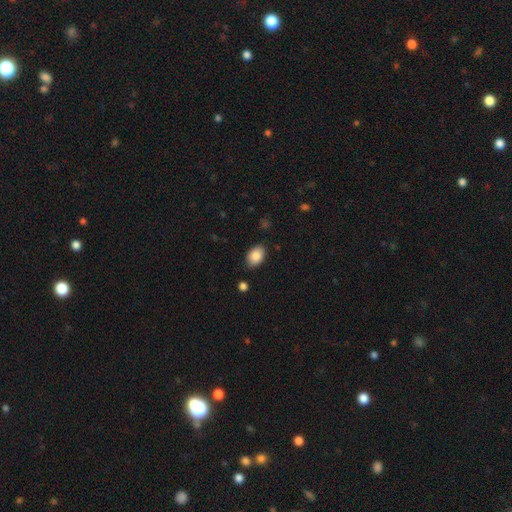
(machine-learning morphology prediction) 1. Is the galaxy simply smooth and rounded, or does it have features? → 86% smooth, 7% star or artifact, 6% featured or disk.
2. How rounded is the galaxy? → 86% in between, 13% round, 1% cigar-shaped.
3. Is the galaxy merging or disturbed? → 83% none, 13% minor disturbance, 2% major disturbance, 2% merger.